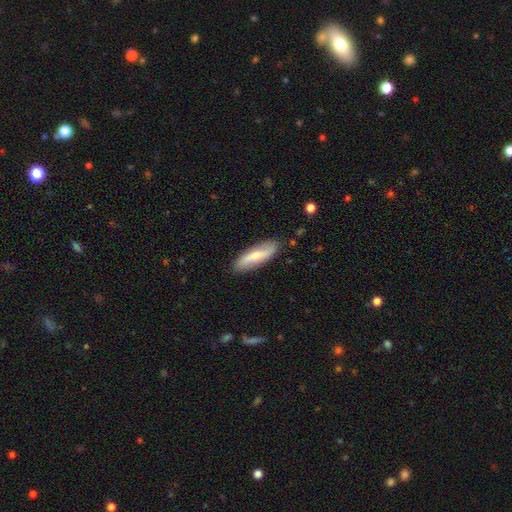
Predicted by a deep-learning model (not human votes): smooth-or-featured: featured or disk: 48% | smooth: 47% | star or artifact: 5%
  merging: none: 85% | minor disturbance: 11% | major disturbance: 2% | merger: 1%